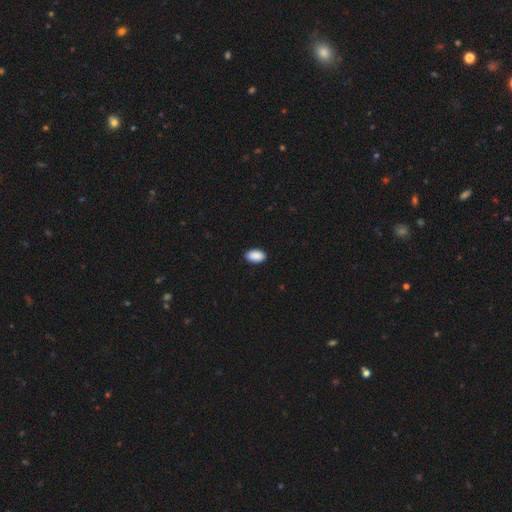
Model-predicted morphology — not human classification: This appears to be a smooth galaxy with no disk features (91%) that is in between round and cigar-shaped (94%). Merging: none (90%).